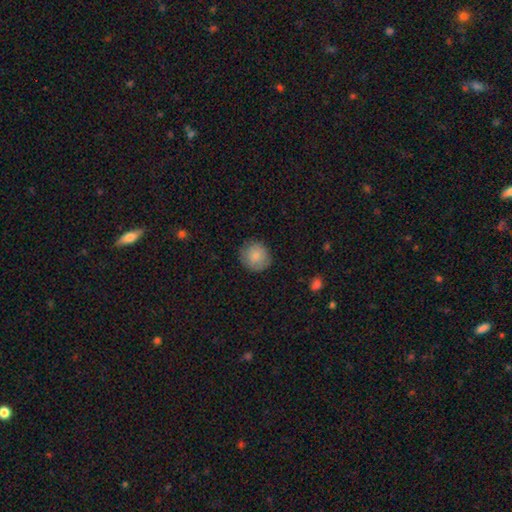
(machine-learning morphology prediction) smooth_or_featured: smooth (p=0.84) [alt: featured or disk p=0.09]
how_rounded: round (p=0.91) [alt: in between p=0.08]
merging: none (p=0.83) [alt: minor disturbance p=0.13]